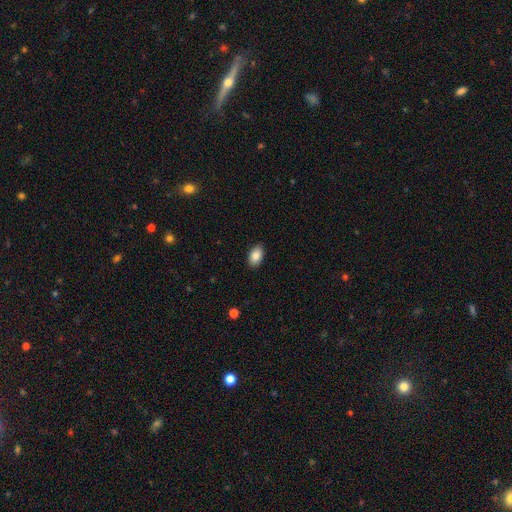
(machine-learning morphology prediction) Smooth or featured: smooth — 87% (star or artifact — 7%)
How rounded: in between — 91% (round — 7%)
Merging: none — 88% (minor disturbance — 9%)